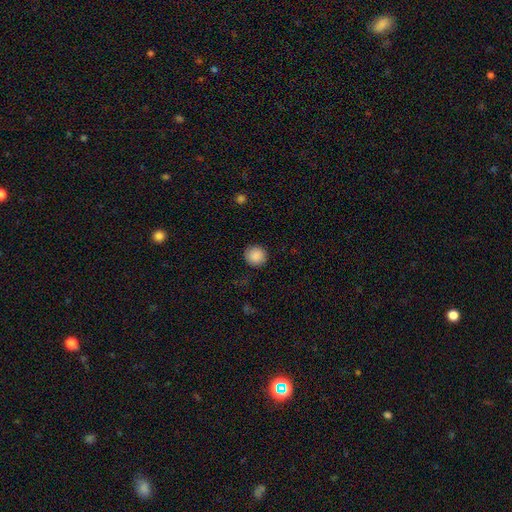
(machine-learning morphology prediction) Smooth or featured: smooth — 88% (star or artifact — 9%)
How rounded: round — 93% (in between — 6%)
Merging: none — 89% (minor disturbance — 7%)